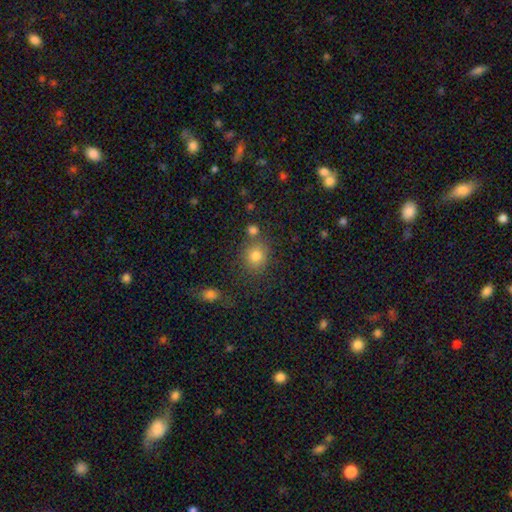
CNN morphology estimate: Smooth or featured? Predicted: smooth (p=0.79). How rounded? Predicted: round (p=0.79). Merging? Predicted: none (p=0.71).